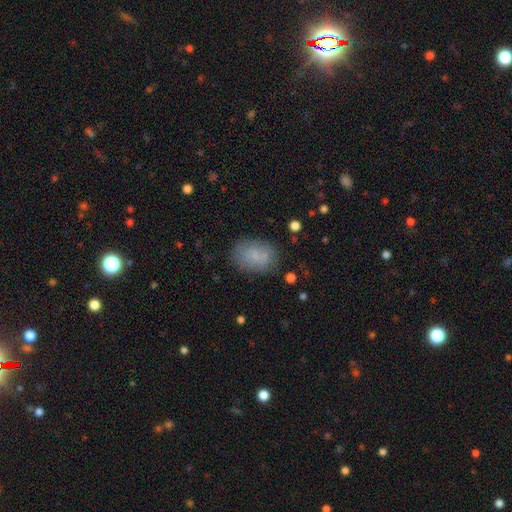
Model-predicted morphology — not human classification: A smooth galaxy with no disk features (72%) that is in between round and cigar-shaped (71%).

Vote fractions:
- Smooth or featured? smooth: 72% / featured or disk: 18% / star or artifact: 10%
- How rounded? in between: 71% / round: 28% / cigar-shaped: 1%
- Merging? none: 71% / minor disturbance: 18% / major disturbance: 6% / merger: 4%